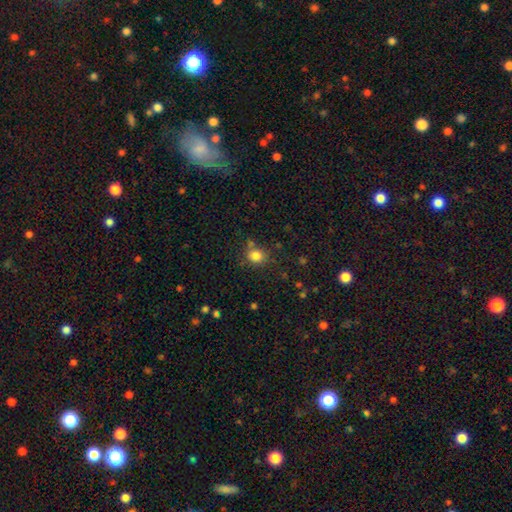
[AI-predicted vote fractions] smooth-or-featured: smooth: 83% | star or artifact: 12% | featured or disk: 5%
  how-rounded: round: 81% | in between: 18% | cigar-shaped: 1%
  merging: none: 70% | minor disturbance: 16% | merger: 9% | major disturbance: 5%